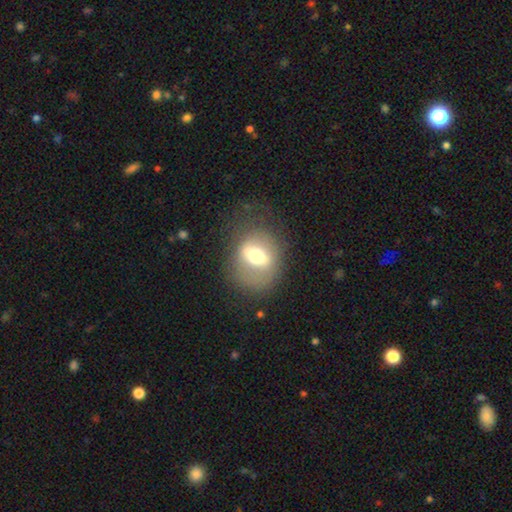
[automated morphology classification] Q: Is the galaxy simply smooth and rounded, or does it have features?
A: smooth — 52%.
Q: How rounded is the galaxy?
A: in between — 50%.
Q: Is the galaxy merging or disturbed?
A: none — 66%.